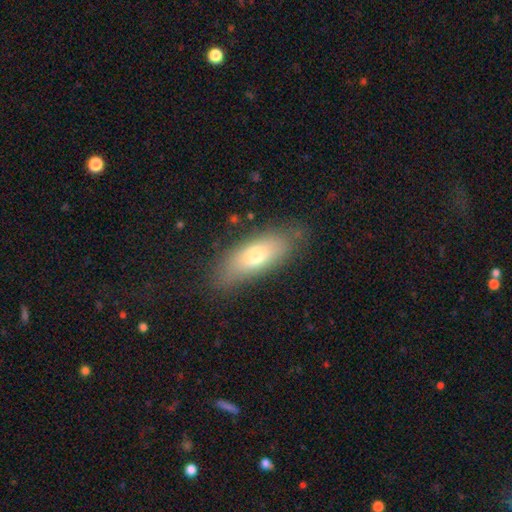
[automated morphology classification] Smooth or featured? smooth (67%)
How rounded? in between (67%)
Merging? none (80%)